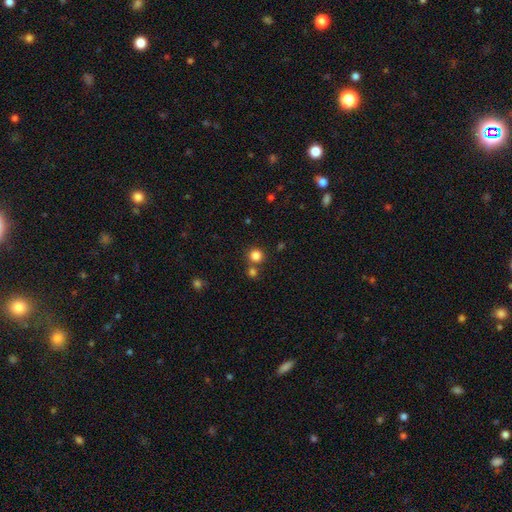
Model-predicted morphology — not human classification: Overall: smooth (83%). How rounded: round (92%). Merging: none (72%).